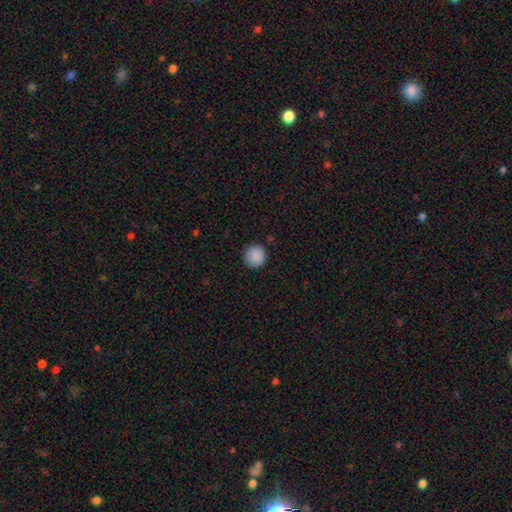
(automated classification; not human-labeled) This appears to be a smooth galaxy with no disk features (90%) that is round (95%). Merging: none (91%).